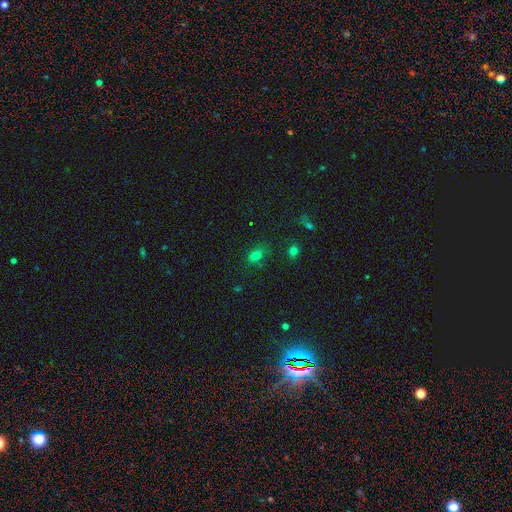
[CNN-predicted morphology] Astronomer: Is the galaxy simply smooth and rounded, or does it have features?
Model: smooth — 71%.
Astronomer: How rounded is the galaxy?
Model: in between — 70%.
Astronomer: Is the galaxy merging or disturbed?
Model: none — 71%.